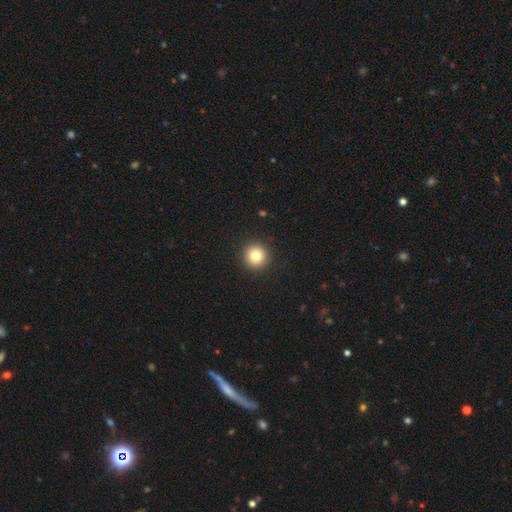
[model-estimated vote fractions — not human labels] smooth-or-featured: smooth: 81% | star or artifact: 11% | featured or disk: 8%
  how-rounded: round: 96% | in between: 3% | cigar-shaped: 1%
  merging: none: 93% | minor disturbance: 4% | major disturbance: 2% | merger: 1%